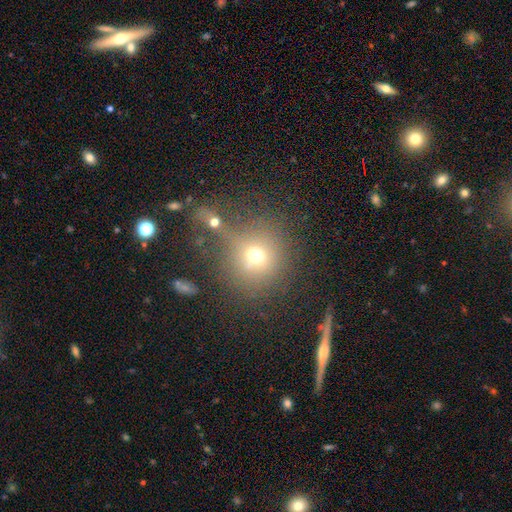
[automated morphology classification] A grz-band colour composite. It shows a smooth galaxy with no disk features (66%) that is round (90%). Merging: none (58%).